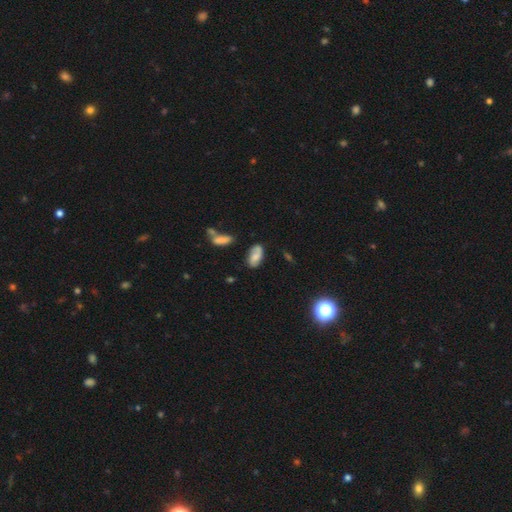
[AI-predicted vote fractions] Smooth or featured: smooth — 55% (featured or disk — 36%)
How rounded: in between — 90% (cigar-shaped — 5%)
Merging: none — 68% (minor disturbance — 22%)